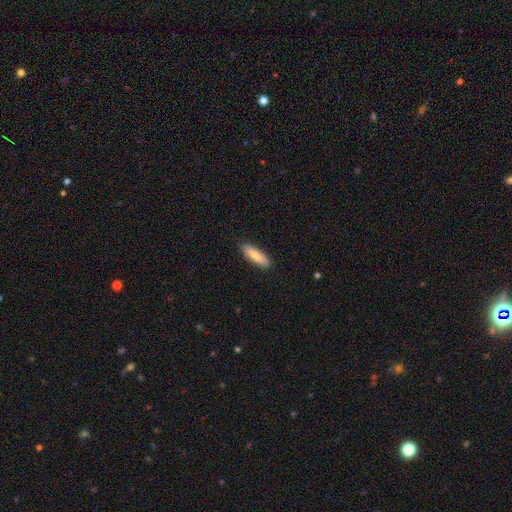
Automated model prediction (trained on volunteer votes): Smooth or featured? Predicted: smooth (p=0.84). How rounded? Predicted: cigar-shaped (p=0.58). Merging? Predicted: none (p=0.88).